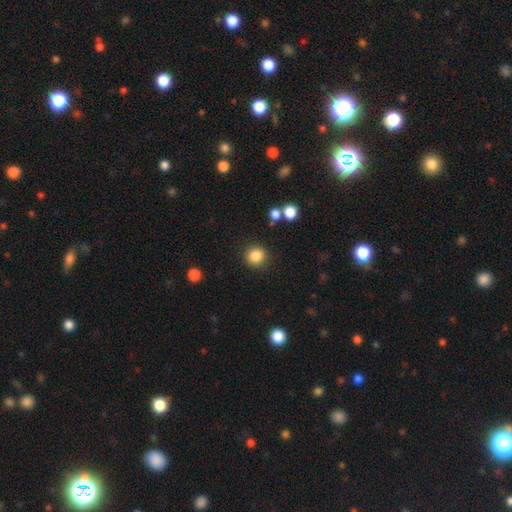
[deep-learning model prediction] The model was most divided on "smooth or featured": smooth: 85%, star or artifact: 10%, featured or disk: 4%. More confident: how rounded — round (91%); merging — none (88%).